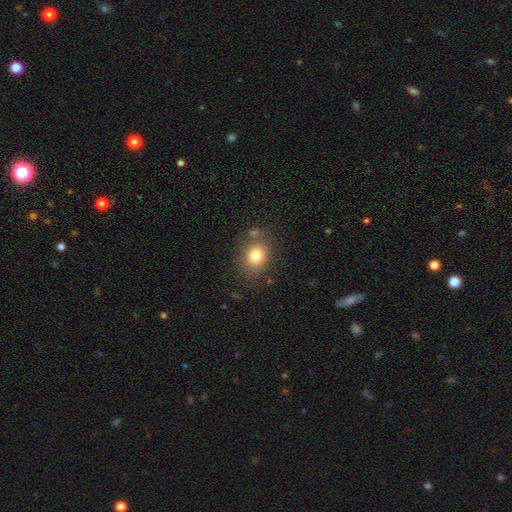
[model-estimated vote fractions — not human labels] Smooth or featured: smooth — 80% (star or artifact — 11%)
How rounded: round — 56% (in between — 43%)
Merging: none — 75% (minor disturbance — 13%)